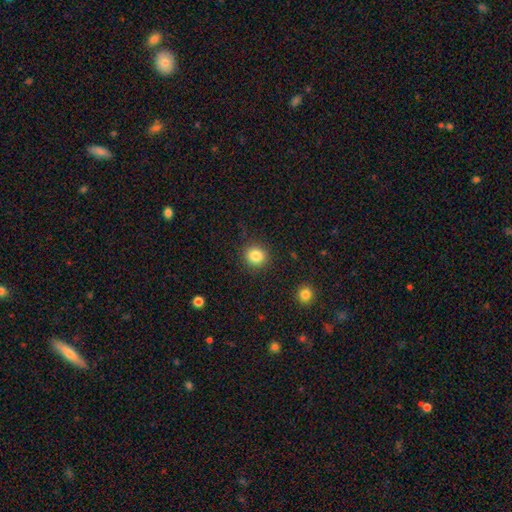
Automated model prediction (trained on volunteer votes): Overall: smooth (84%). How rounded: round (89%). Merging: none (89%).